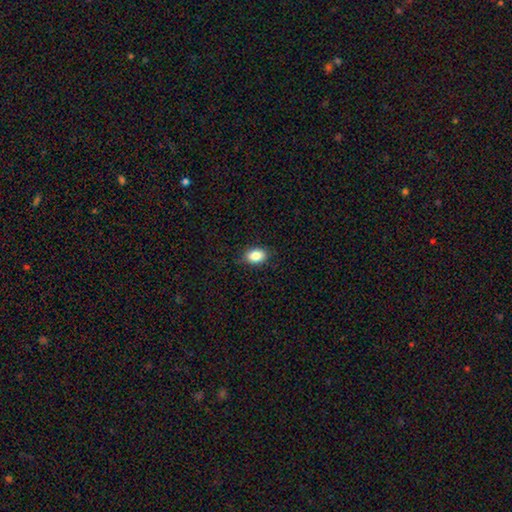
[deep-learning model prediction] A smooth galaxy with no disk features (86%) that is in between round and cigar-shaped (80%).

Vote fractions:
- Smooth or featured? smooth: 86% / star or artifact: 9% / featured or disk: 5%
- How rounded? in between: 80% / round: 19% / cigar-shaped: 1%
- Merging? none: 86% / minor disturbance: 11% / major disturbance: 2% / merger: 1%